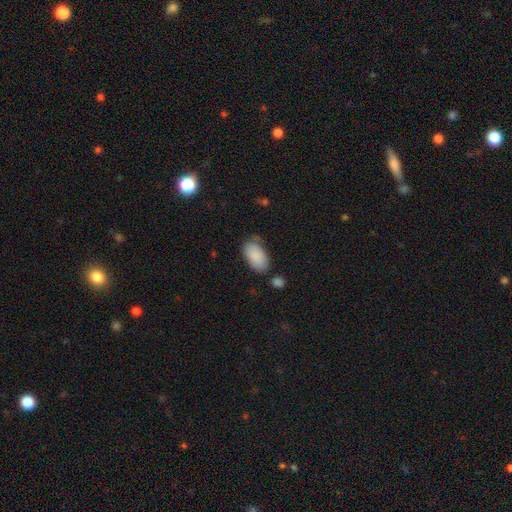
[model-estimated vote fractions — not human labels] Smooth or featured: smooth — 88% (star or artifact — 6%)
How rounded: in between — 95% (round — 3%)
Merging: none — 66% (minor disturbance — 23%)